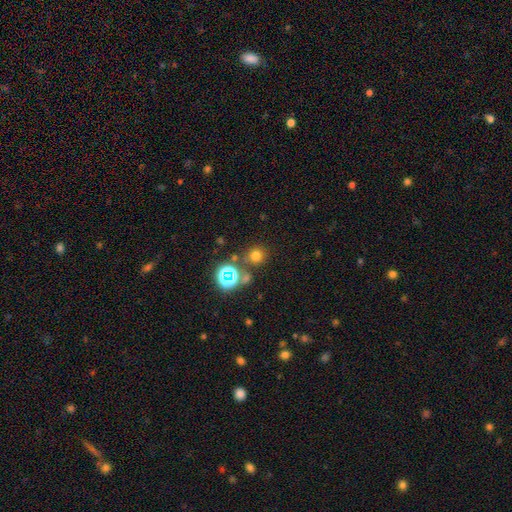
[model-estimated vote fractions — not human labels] Overall: smooth (67%). How rounded: round (91%). Merging: none (79%).